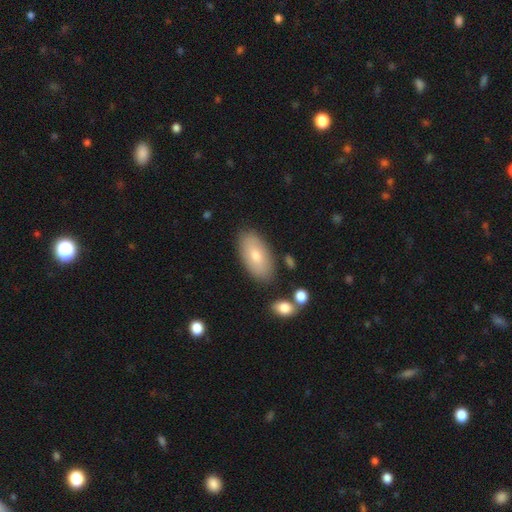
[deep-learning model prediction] The model was most divided on "smooth or featured": smooth: 74%, featured or disk: 19%, star or artifact: 6%. More confident: how rounded — in between (94%); merging — none (82%).